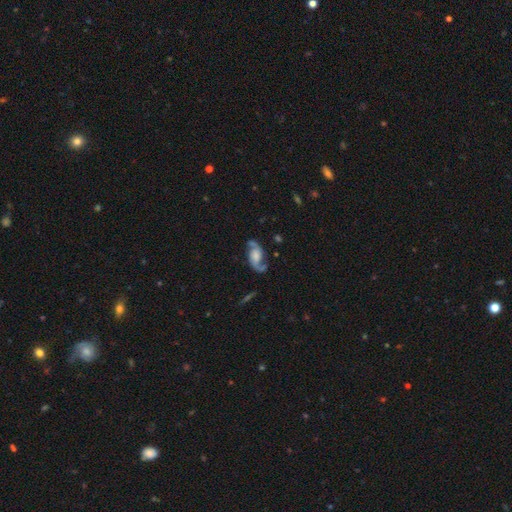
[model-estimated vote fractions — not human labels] Smooth or featured? featured or disk (84%)
Edge-on disk? no (96%)
Bar? no (59%)
Spiral arms? yes (96%)
Spiral winding? loose (49%)
Spiral arm count? 2 (90%)
Bulge size? moderate (27%)
Merging? none (66%)